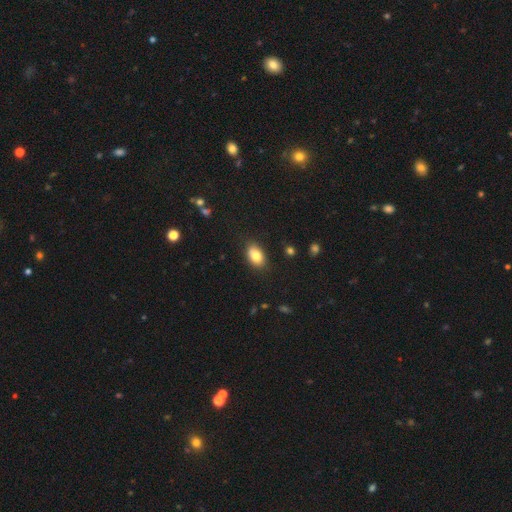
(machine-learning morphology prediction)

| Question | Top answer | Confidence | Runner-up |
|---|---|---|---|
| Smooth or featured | smooth | 83% | featured or disk (9%) |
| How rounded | in between | 88% | round (10%) |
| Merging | none | 83% | minor disturbance (13%) |